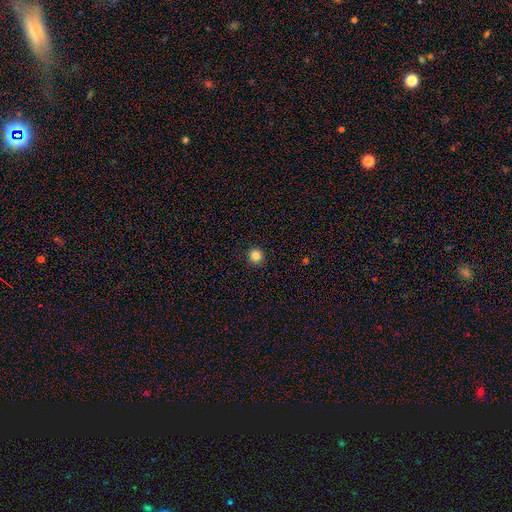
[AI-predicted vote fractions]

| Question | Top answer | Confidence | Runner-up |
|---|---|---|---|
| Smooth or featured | smooth | 85% | star or artifact (12%) |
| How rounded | round | 94% | in between (5%) |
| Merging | none | 92% | minor disturbance (5%) |